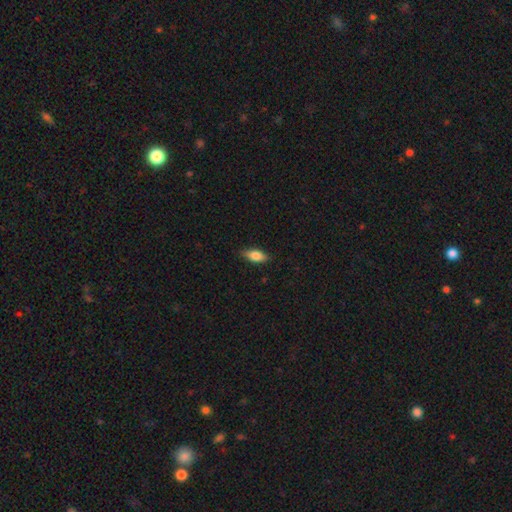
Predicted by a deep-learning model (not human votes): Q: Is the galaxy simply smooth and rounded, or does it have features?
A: smooth — 79%.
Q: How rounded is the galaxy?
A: in between — 82%.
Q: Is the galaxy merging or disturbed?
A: none — 83%.